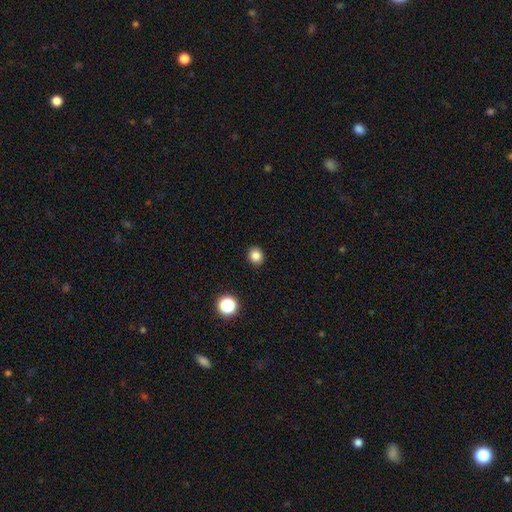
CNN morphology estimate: Smooth or featured? Predicted: smooth (p=0.83). How rounded? Predicted: round (p=0.82). Merging? Predicted: none (p=0.92).